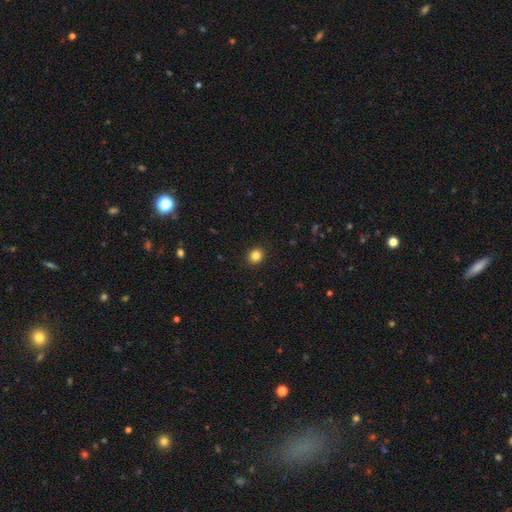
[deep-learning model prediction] Smooth or featured?
  - smooth: 84% *
  - star or artifact: 11%
  - featured or disk: 5%
How rounded?
  - round: 79% *
  - in between: 20%
  - cigar-shaped: 1%
Merging?
  - none: 92% *
  - minor disturbance: 6%
  - major disturbance: 2%
  - merger: 1%